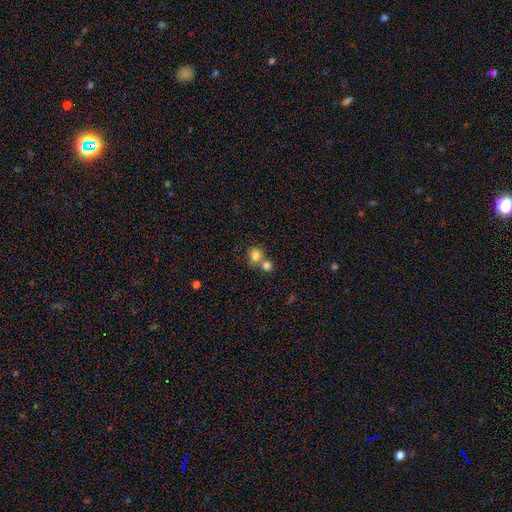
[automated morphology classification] Overall: smooth (79%). How rounded: round (81%). Merging: merger (46%; none 44%).